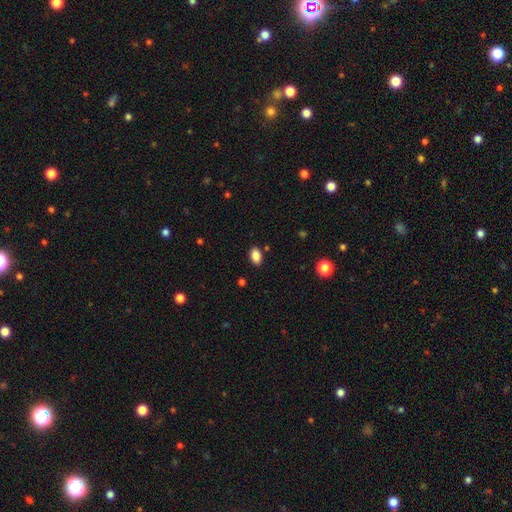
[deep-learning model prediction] Overall: smooth (87%). How rounded: in between (89%). Merging: none (87%).